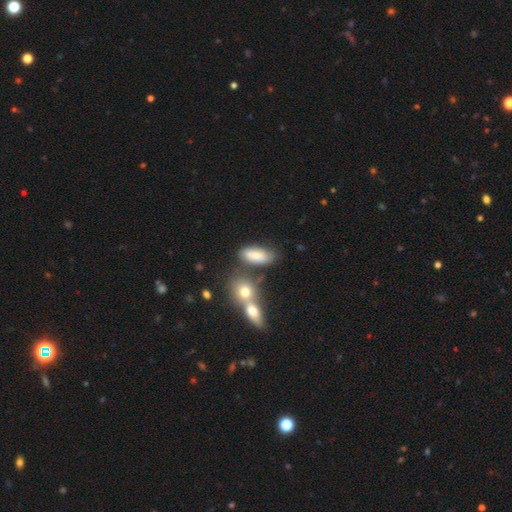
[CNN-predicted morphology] smooth-or-featured: smooth: 77% | featured or disk: 14% | star or artifact: 9%
  how-rounded: in between: 83% | cigar-shaped: 11% | round: 5%
  merging: none: 55% | merger: 23% | minor disturbance: 16% | major disturbance: 6%